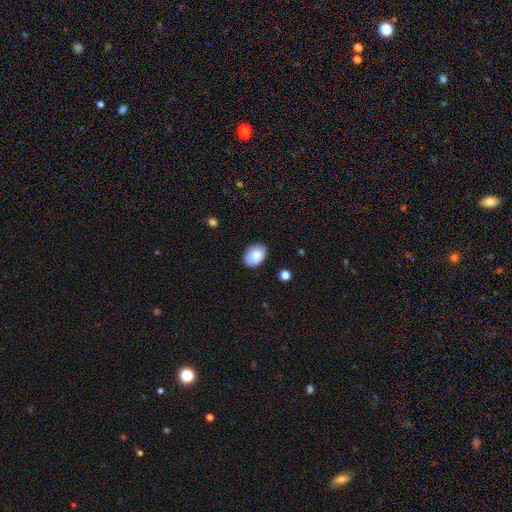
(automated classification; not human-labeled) A smooth galaxy with no disk features (83%) that is in between round and cigar-shaped (79%).

Vote fractions:
- Smooth or featured? smooth: 83% / featured or disk: 9% / star or artifact: 7%
- How rounded? in between: 79% / round: 20% / cigar-shaped: 1%
- Merging? none: 80% / minor disturbance: 16% / major disturbance: 3% / merger: 2%